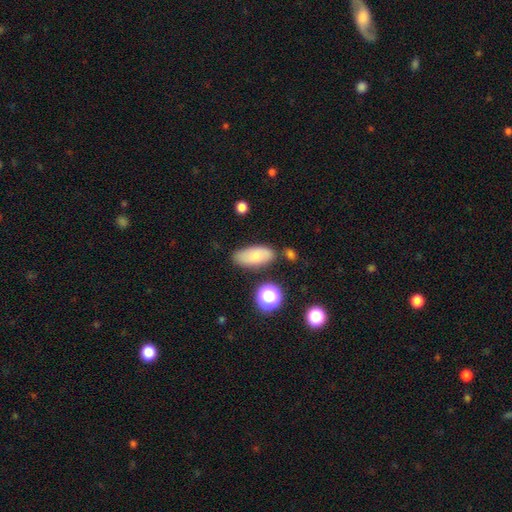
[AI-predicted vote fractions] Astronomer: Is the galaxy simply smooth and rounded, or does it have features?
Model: smooth — 77%.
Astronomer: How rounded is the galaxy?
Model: in between — 88%.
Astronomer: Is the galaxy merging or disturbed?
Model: none — 73%.